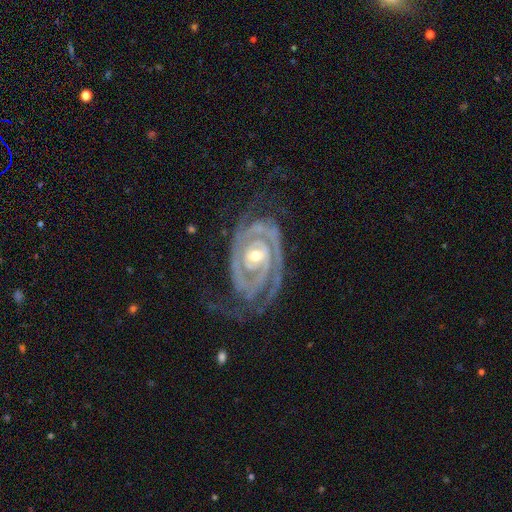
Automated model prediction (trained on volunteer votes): A featured or disk galaxy (92%) with no bar (62%), 2 (60%) tight (79%) spiral arms (98%) and a moderate central bulge (55%).

Vote fractions:
- Smooth or featured? featured or disk: 92% / star or artifact: 4% / smooth: 3%
- Edge-on disk? no: 97% / yes: 3%
- Bar? no: 62% / weak: 23% / strong: 14%
- Spiral arms? yes: 98% / no: 2%
- Spiral winding? tight: 79% / medium: 18% / loose: 3%
- Spiral arm count? 2: 60% / 3: 16% / can't tell: 10% / 4: 5% / 1: 4% / more than 4: 4%
- Bulge size? moderate: 55% / small: 41% / large: 2% / none: 1% / dominant: 1%
- Merging? none: 66% / minor disturbance: 20% / major disturbance: 12% / merger: 1%